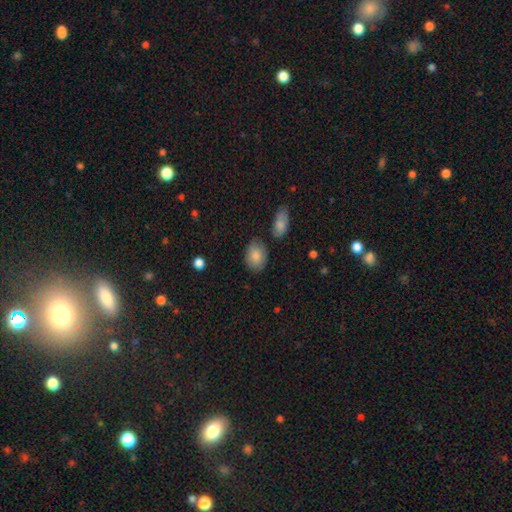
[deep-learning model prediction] This appears to be a smooth galaxy with no disk features (86%) that is in between round and cigar-shaped (78%). Merging: none (78%).